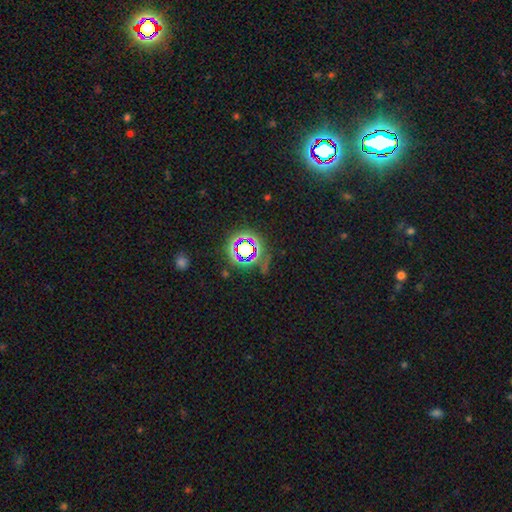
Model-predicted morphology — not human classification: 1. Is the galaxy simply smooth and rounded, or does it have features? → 76% star or artifact, 13% smooth, 10% featured or disk.